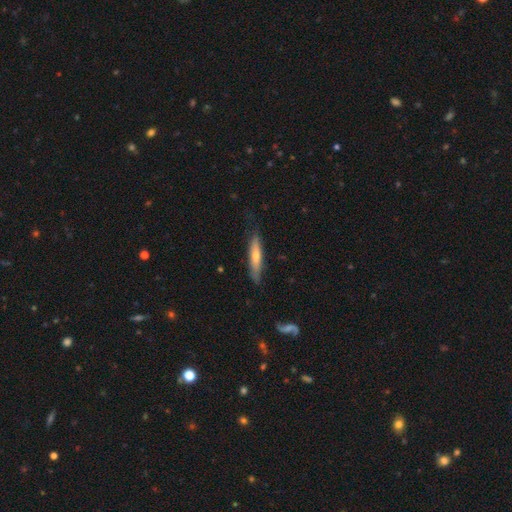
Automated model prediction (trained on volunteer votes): Smooth or featured? smooth (49%)
Merging? none (77%)